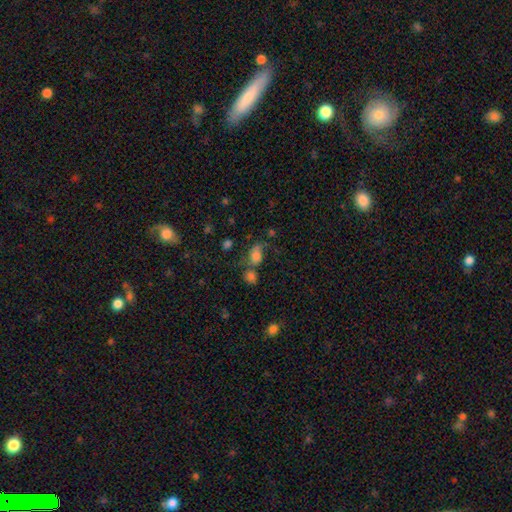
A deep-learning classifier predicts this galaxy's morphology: The model was most divided on "merging": none: 36%, merger: 30%, minor disturbance: 18%, major disturbance: 16%. More confident: how rounded — in between (75%); smooth or featured — smooth (68%).